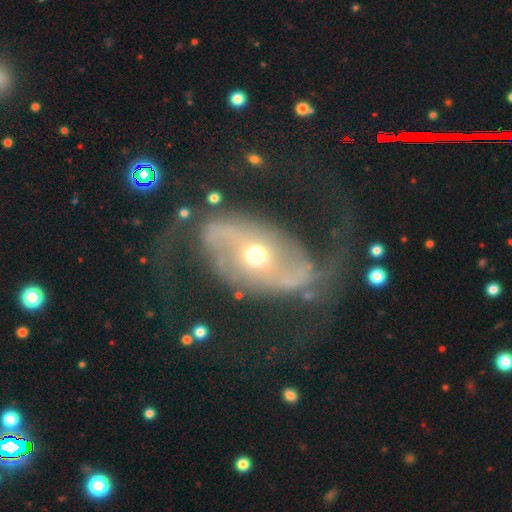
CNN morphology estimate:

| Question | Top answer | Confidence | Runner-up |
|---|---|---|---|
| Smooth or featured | featured or disk | 78% | smooth (15%) |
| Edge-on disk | no | 94% | yes (6%) |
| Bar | no | 53% | weak (32%) |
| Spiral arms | yes | 81% | no (19%) |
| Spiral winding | loose | 55% | medium (31%) |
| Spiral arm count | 2 | 85% | can't tell (6%) |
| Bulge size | moderate | 63% | small (28%) |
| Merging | none | 56% | major disturbance (20%) |